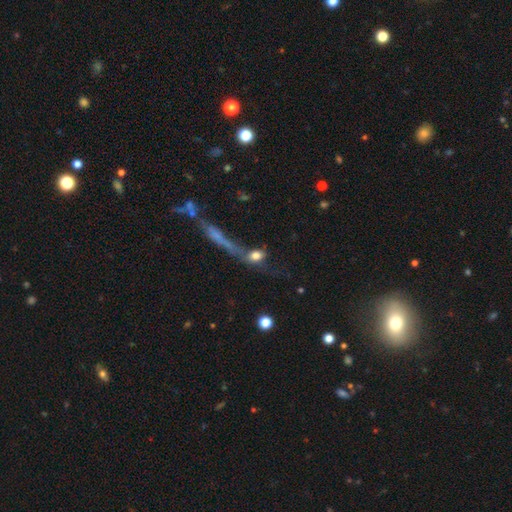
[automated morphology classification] smooth 66%, featured or disk 21%, star or artifact 13%. Down the decision tree: how rounded — in between (56%); merging — none (32%, tied with merger).